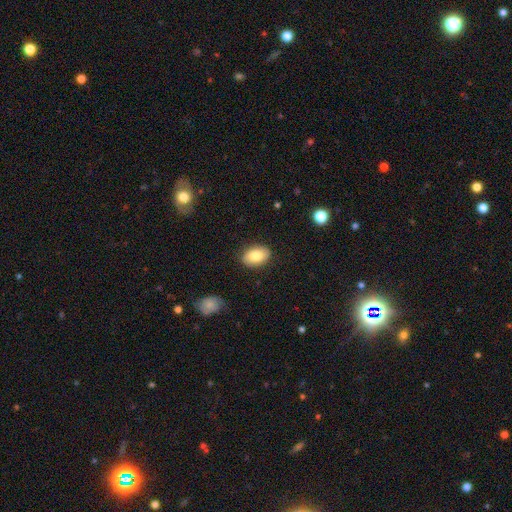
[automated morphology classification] smooth_or_featured: smooth (p=0.83) [alt: featured or disk p=0.10]
how_rounded: in between (p=0.88) [alt: round p=0.11]
merging: none (p=0.86) [alt: minor disturbance p=0.10]